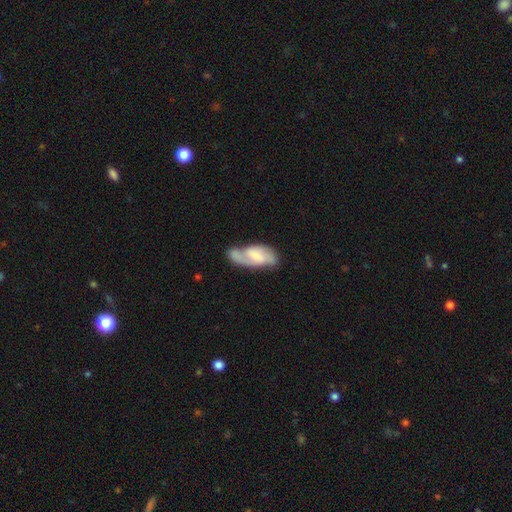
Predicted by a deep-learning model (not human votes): Smooth or featured? featured or disk (68%)
Edge-on disk? no (94%)
Bar? weak (50%)
Spiral arms? yes (89%)
Spiral winding? medium (46%)
Spiral arm count? 2 (76%)
Bulge size? small (51%)
Merging? none (50%)